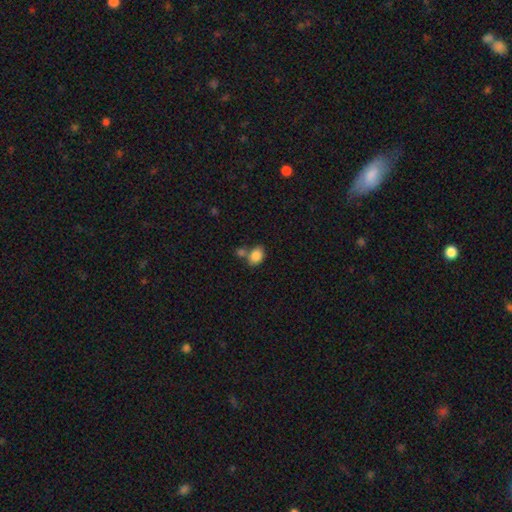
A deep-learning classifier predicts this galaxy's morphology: This appears to be a smooth galaxy with no disk features (86%) that is in between round and cigar-shaped (73%). Merging: none (53%).